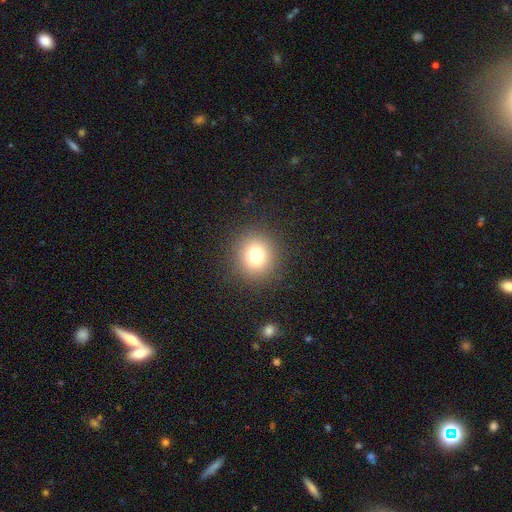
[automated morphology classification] Smooth or featured: smooth — 77% (star or artifact — 14%)
How rounded: round — 90% (in between — 9%)
Merging: none — 90% (minor disturbance — 6%)